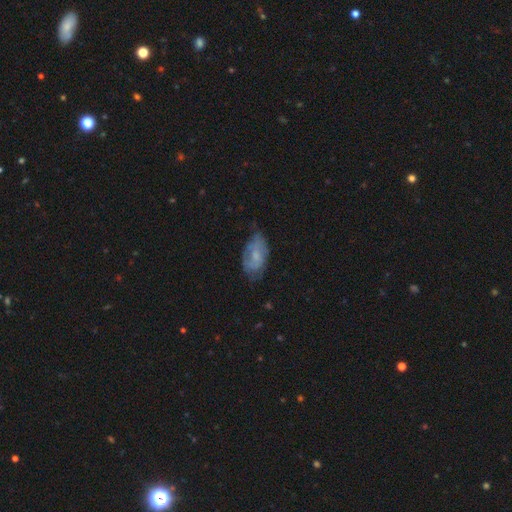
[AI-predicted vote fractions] This is possibly a featured or disk galaxy (46%, tied with smooth). Merging: possibly none (52%).